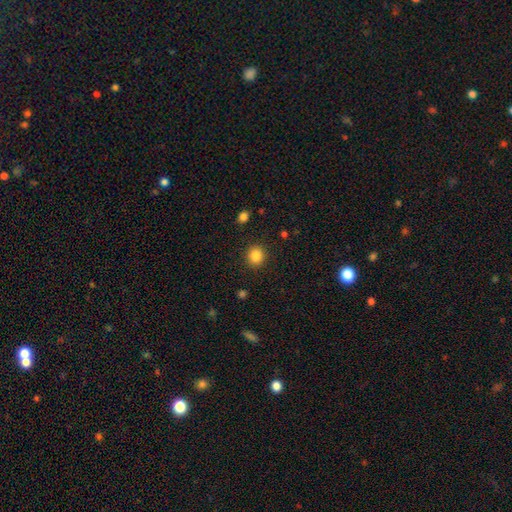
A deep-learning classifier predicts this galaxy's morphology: Smooth or featured?
  - smooth: 86% *
  - star or artifact: 10%
  - featured or disk: 4%
How rounded?
  - round: 82% *
  - in between: 17%
  - cigar-shaped: 1%
Merging?
  - none: 90% *
  - minor disturbance: 6%
  - major disturbance: 2%
  - merger: 1%